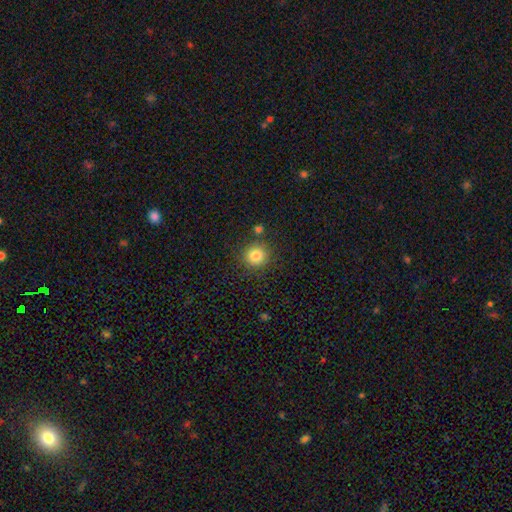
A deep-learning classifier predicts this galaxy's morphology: A smooth galaxy with no disk features (83%) that is round (93%). Merging: none (84%).